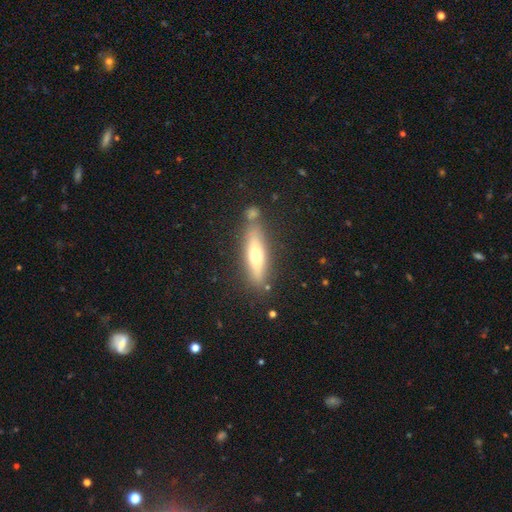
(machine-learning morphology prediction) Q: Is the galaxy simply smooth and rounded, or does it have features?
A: smooth — 54%.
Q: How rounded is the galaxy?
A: cigar-shaped — 71%.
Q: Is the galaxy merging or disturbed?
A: none — 76%.